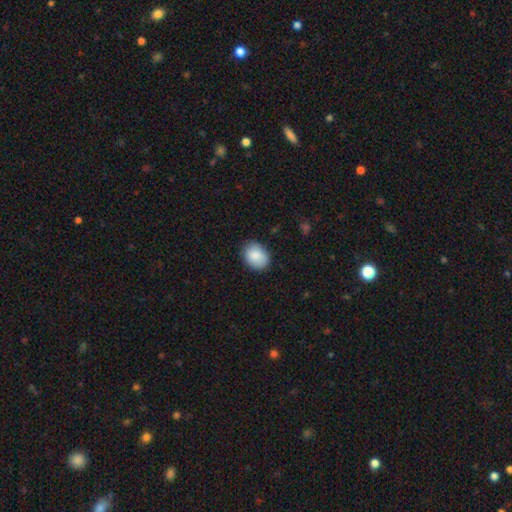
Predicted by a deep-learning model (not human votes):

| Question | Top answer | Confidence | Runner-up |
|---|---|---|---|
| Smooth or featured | smooth | 87% | star or artifact (7%) |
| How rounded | in between | 58% | round (41%) |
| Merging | none | 84% | minor disturbance (13%) |